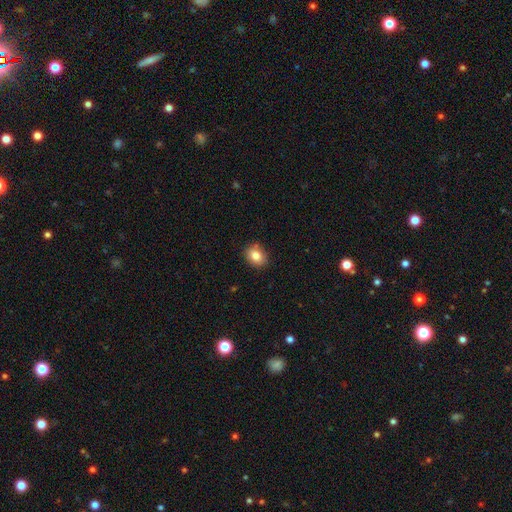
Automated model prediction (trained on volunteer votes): smooth 82%, star or artifact 9%, featured or disk 8%. Down the decision tree: how rounded — round (51%); merging — none (85%).